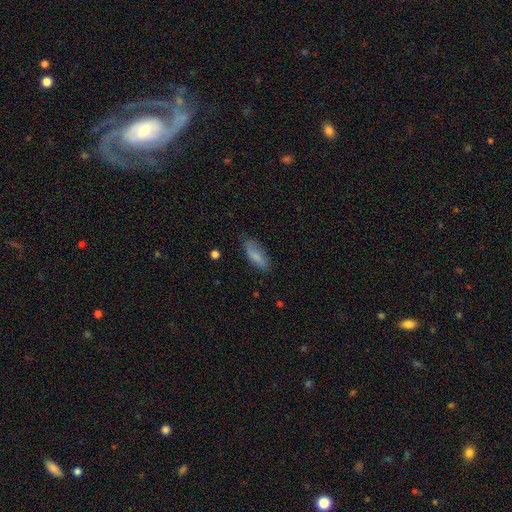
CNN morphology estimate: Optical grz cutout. It shows a smooth galaxy with no disk features (82%) that is in between round and cigar-shaped (64%). Merging: none (76%).